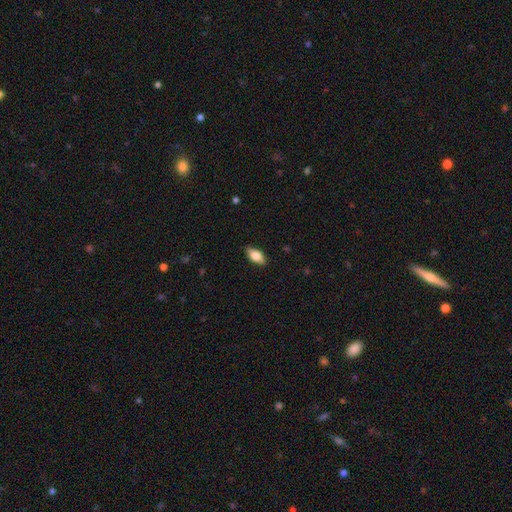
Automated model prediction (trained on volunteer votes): smooth-or-featured: smooth: 74% | featured or disk: 19% | star or artifact: 7%
  how-rounded: in between: 88% | cigar-shaped: 8% | round: 4%
  merging: none: 86% | minor disturbance: 11% | major disturbance: 2% | merger: 1%